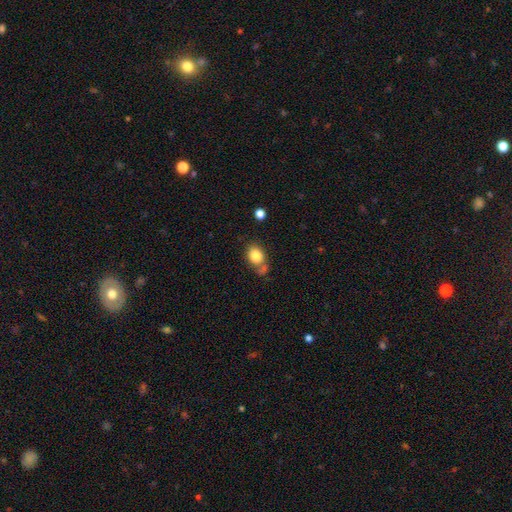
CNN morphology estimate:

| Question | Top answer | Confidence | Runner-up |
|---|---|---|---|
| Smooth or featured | smooth | 82% | star or artifact (9%) |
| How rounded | in between | 57% | round (41%) |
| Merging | none | 57% | merger (20%) |